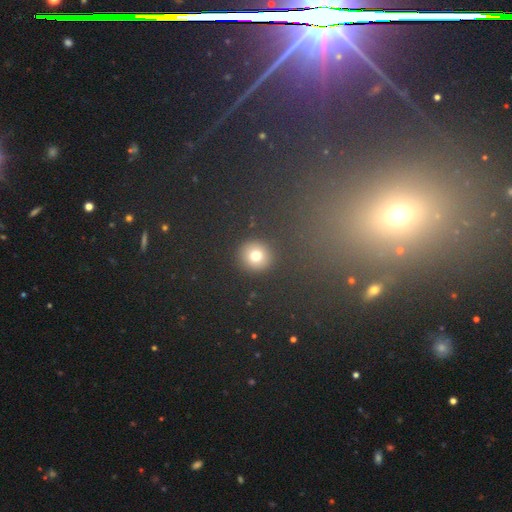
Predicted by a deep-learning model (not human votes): Overall: smooth (76%). How rounded: round (92%). Merging: none (91%).